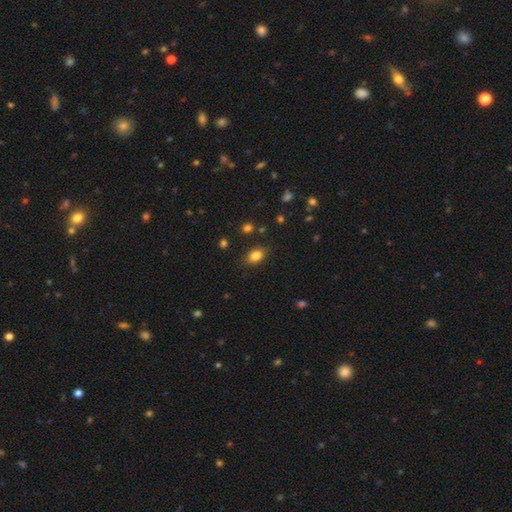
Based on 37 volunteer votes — smooth-or-featured: smooth: 95% | star or artifact: 5% | featured or disk: 0%
  how-rounded: in between: 83% | round: 17% | cigar-shaped: 0%
  merging: none: 86% | minor disturbance: 11% | major disturbance: 3% | merger: 0%